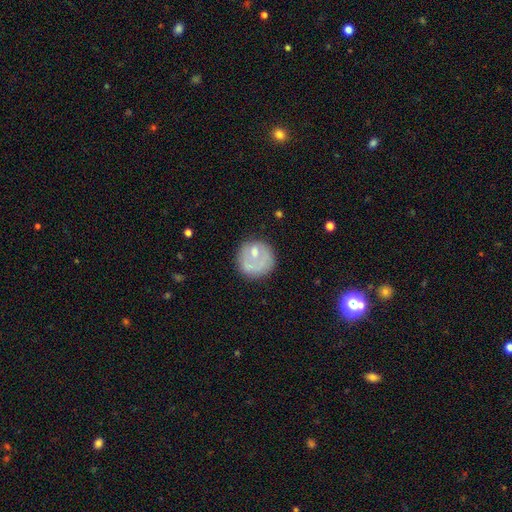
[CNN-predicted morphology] This is possibly a smooth galaxy (51%). How rounded: clearly round (87%). Merging: likely none (64%).